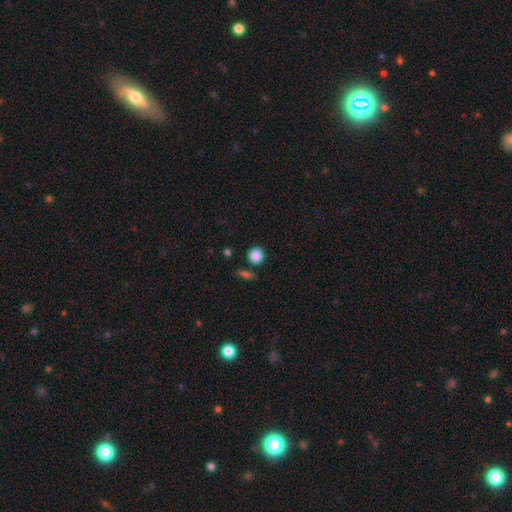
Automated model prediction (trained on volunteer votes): A smooth galaxy with no disk features (87%) that is round (90%). Merging: none (82%).